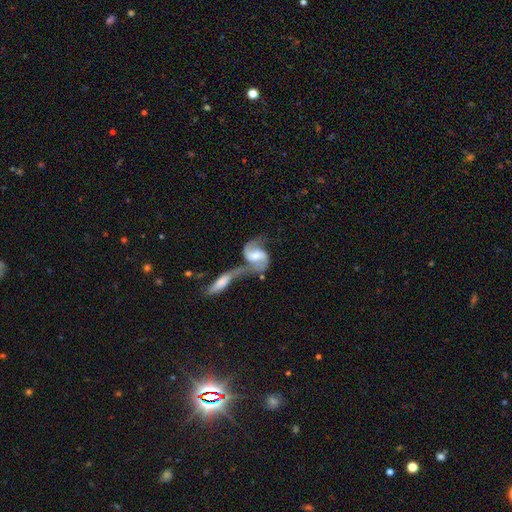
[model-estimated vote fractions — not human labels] Smooth or featured: featured or disk — 80% (smooth — 15%)
Edge-on disk: no — 95% (yes — 5%)
Bar: weak — 45% (no — 33%)
Spiral arms: yes — 93% (no — 7%)
Spiral winding: loose — 56% (medium — 34%)
Spiral arm count: 2 — 87% (1 — 5%)
Bulge size: moderate — 55% (small — 32%)
Merging: merger — 67% (none — 17%)